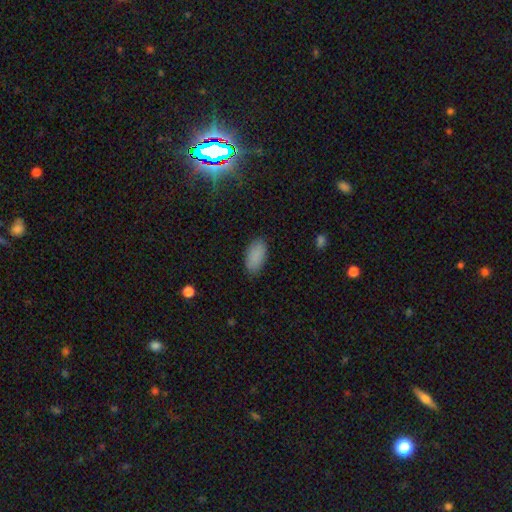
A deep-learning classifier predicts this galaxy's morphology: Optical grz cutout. It shows a smooth galaxy with no disk features (88%) that is in between round and cigar-shaped (94%). Merging: none (87%).